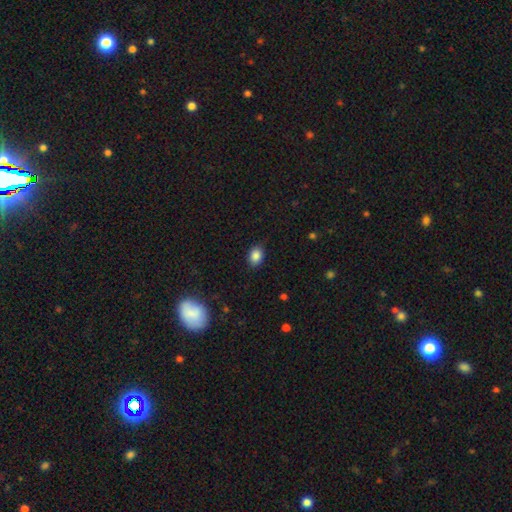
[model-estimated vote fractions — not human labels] Q: Smooth or featured?
A: smooth (86%); runner-up: star or artifact (9%)
Q: How rounded?
A: in between (74%); runner-up: round (25%)
Q: Merging?
A: none (86%); runner-up: minor disturbance (10%)